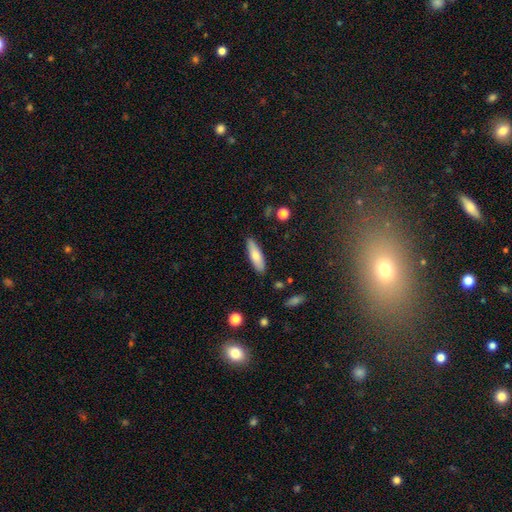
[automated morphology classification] Smooth or featured? smooth (70%)
How rounded? cigar-shaped (59%)
Merging? none (87%)